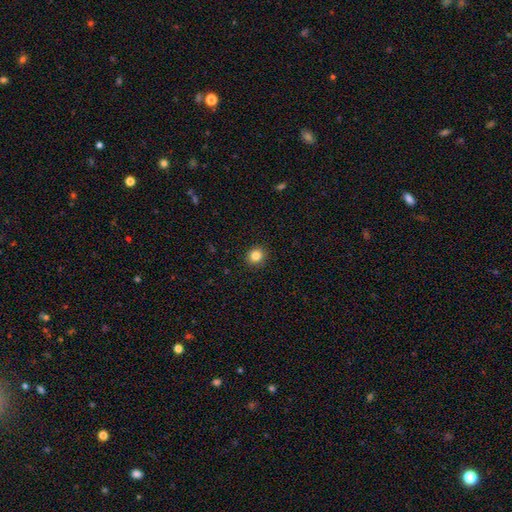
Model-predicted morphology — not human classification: Q: Smooth or featured?
A: smooth (84%); runner-up: star or artifact (11%)
Q: How rounded?
A: round (83%); runner-up: in between (16%)
Q: Merging?
A: none (92%); runner-up: minor disturbance (6%)